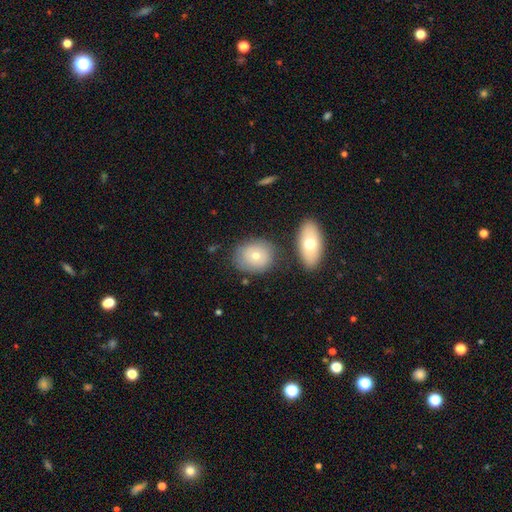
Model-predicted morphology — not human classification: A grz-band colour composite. It shows a smooth galaxy with no disk features (64%) that is round (60%). Merging: none (70%).